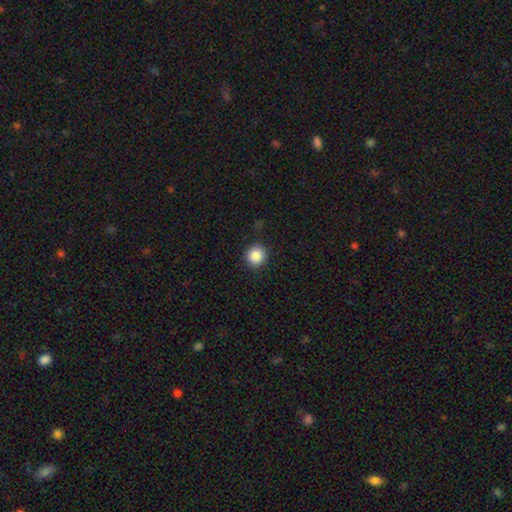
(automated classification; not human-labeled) A smooth galaxy with no disk features (87%) that is round (94%).

Vote fractions:
- Smooth or featured? smooth: 87% / star or artifact: 9% / featured or disk: 4%
- How rounded? round: 94% / in between: 5% / cigar-shaped: 1%
- Merging? none: 90% / minor disturbance: 7% / major disturbance: 2% / merger: 1%